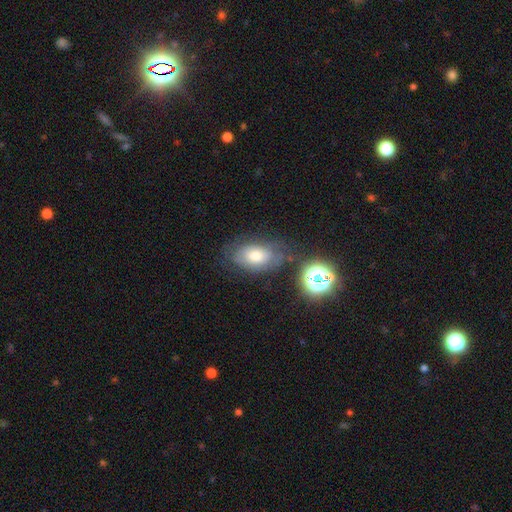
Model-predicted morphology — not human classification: Q: Smooth or featured?
A: smooth (53%); runner-up: featured or disk (28%)
Q: How rounded?
A: in between (84%); runner-up: round (14%)
Q: Merging?
A: none (67%); runner-up: minor disturbance (19%)